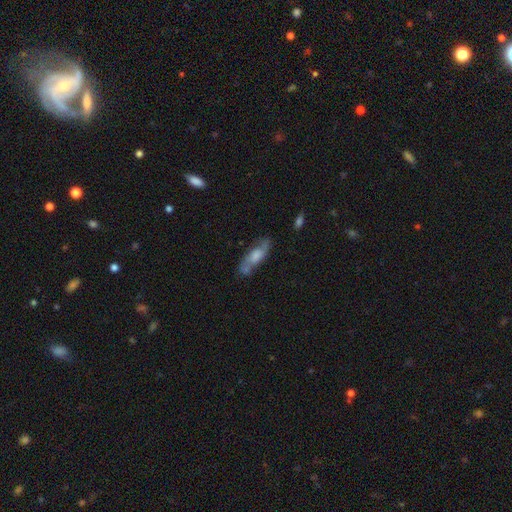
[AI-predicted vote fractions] Q: Smooth or featured?
A: featured or disk (53%); runner-up: smooth (40%)
Q: Edge-on disk?
A: no (69%); runner-up: yes (31%)
Q: Merging?
A: none (61%); runner-up: minor disturbance (22%)